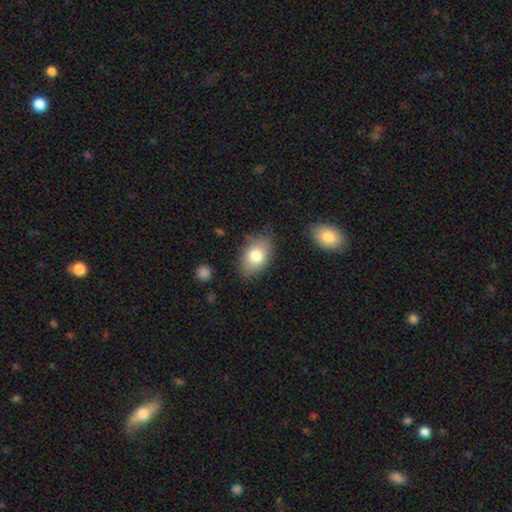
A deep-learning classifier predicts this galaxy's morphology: smooth-or-featured: smooth: 78% | featured or disk: 14% | star or artifact: 8%
  how-rounded: in between: 85% | round: 13% | cigar-shaped: 1%
  merging: none: 74% | minor disturbance: 19% | major disturbance: 5% | merger: 2%